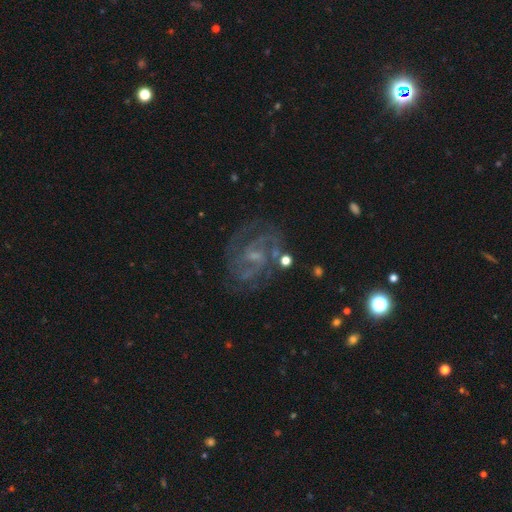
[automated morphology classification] This is clearly a featured or disk galaxy (81%). It is clearly not viewed edge-on (98%). Bar: possibly weak (53%). Spiral arm pattern: clearly yes (93%). Spiral arm count: possibly 2 (51%). Spiral winding: possibly medium (47%). Central bulge: likely small (60%). Merging: likely none (72%).